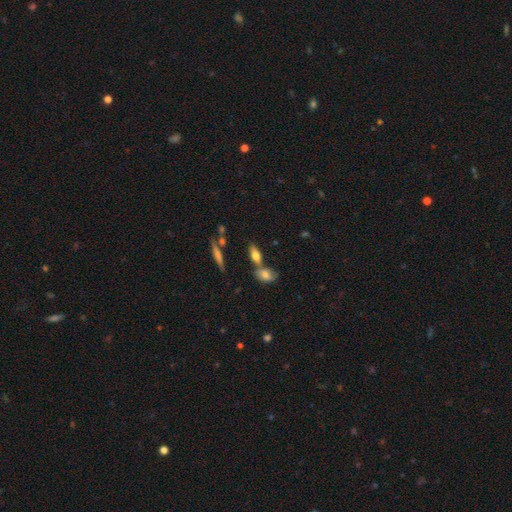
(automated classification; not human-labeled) smooth-or-featured: smooth: 69% | featured or disk: 22% | star or artifact: 9%
  how-rounded: in between: 72% | cigar-shaped: 22% | round: 6%
  merging: none: 54% | merger: 29% | minor disturbance: 13% | major disturbance: 4%